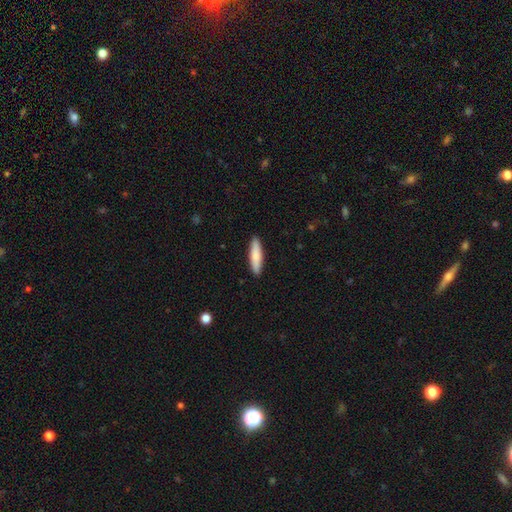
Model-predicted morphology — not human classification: A smooth galaxy with no disk features (81%) that is cigar-shaped (75%).

Vote fractions:
- Smooth or featured? smooth: 81% / featured or disk: 14% / star or artifact: 5%
- How rounded? cigar-shaped: 75% / in between: 24% / round: 1%
- Merging? none: 91% / minor disturbance: 7% / major disturbance: 1% / merger: 1%